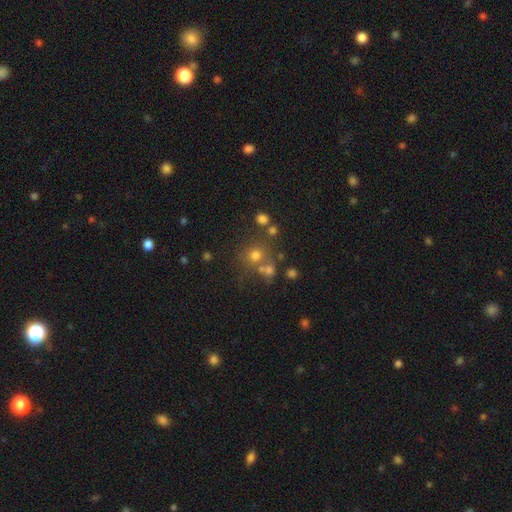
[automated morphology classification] A smooth galaxy with no disk features (61%) that is round (86%).

Vote fractions:
- Smooth or featured? smooth: 61% / star or artifact: 26% / featured or disk: 13%
- How rounded? round: 86% / in between: 13% / cigar-shaped: 1%
- Merging? none: 61% / merger: 25% / minor disturbance: 9% / major disturbance: 5%